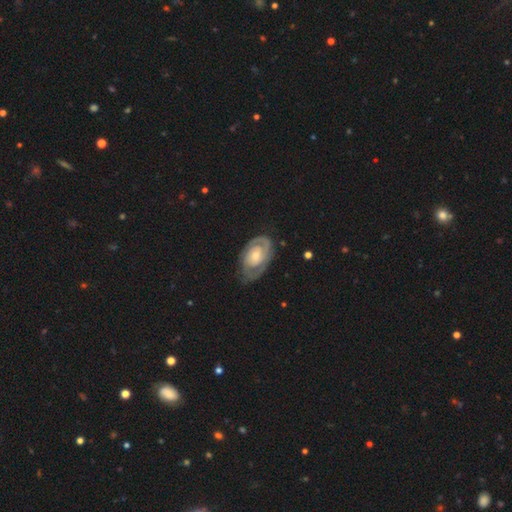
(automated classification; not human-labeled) This appears to be a featured or disk galaxy (78%) with no bar (74%), 2 (52%) tight (67%) spiral arms (88%) and a small central bulge (47%). Merging: none (68%).